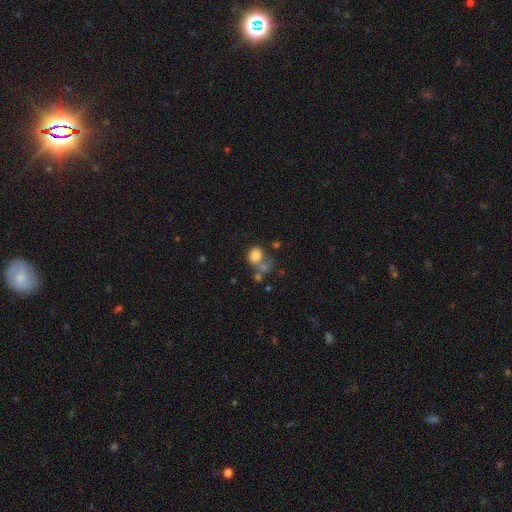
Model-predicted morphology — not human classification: This is likely a smooth galaxy (79%). How rounded: likely round (65%). Merging: marginally none (44%).